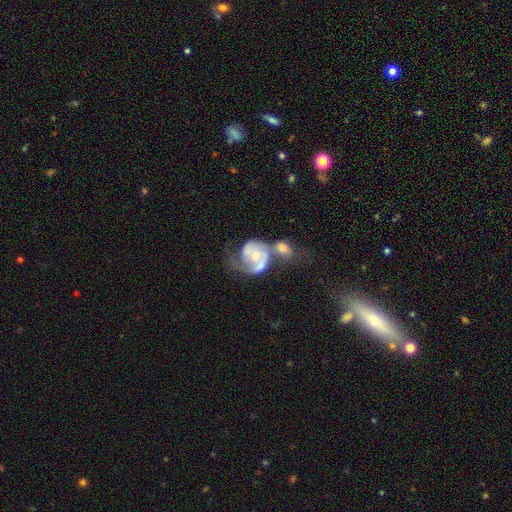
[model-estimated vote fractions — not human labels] A featured or disk galaxy (81%) with no bar (67%), 2 (65%) medium (46%) spiral arms (92%) and a moderate central bulge (52%).

Vote fractions:
- Smooth or featured? featured or disk: 81% / smooth: 14% / star or artifact: 6%
- Edge-on disk? no: 98% / yes: 2%
- Bar? no: 67% / weak: 26% / strong: 7%
- Spiral arms? yes: 92% / no: 8%
- Spiral winding? medium: 46% / tight: 29% / loose: 26%
- Spiral arm count? 2: 65% / 1: 19% / can't tell: 10% / 3: 4% / 4: 1% / more than 4: 1%
- Bulge size? moderate: 52% / small: 43% / large: 3% / none: 2% / dominant: 1%
- Merging? merger: 56% / none: 18% / major disturbance: 16% / minor disturbance: 10%